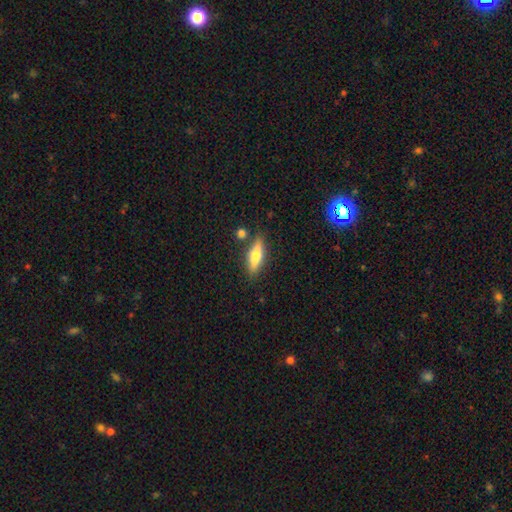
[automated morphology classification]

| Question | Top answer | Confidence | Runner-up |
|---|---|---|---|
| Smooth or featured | smooth | 59% | featured or disk (35%) |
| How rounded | cigar-shaped | 56% | in between (41%) |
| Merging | none | 81% | minor disturbance (11%) |